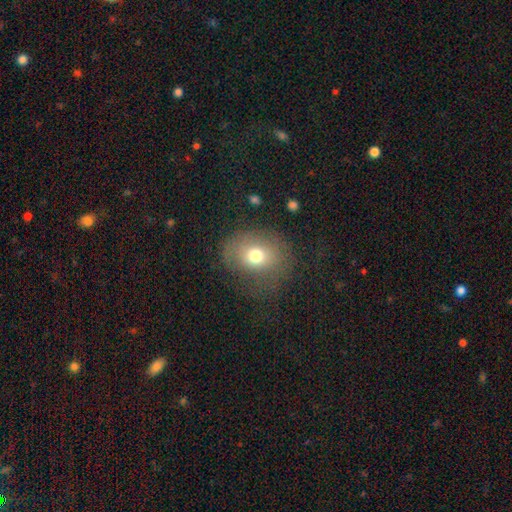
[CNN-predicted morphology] type=smooth (70%); roundness=round (52%); merging=none (65%).